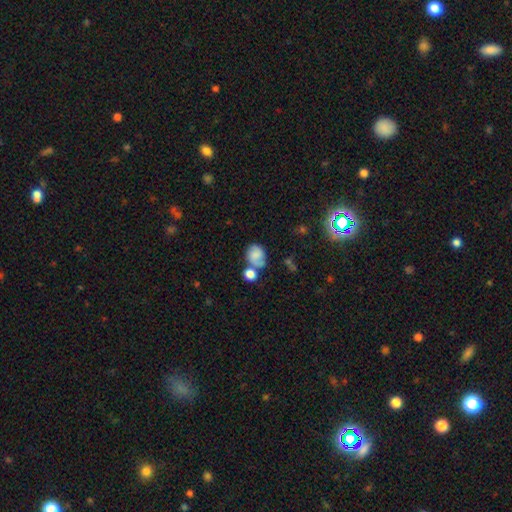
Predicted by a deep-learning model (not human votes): Overall: smooth (71%). How rounded: round (58%; in between 41%). Merging: none (40%; merger 31%).